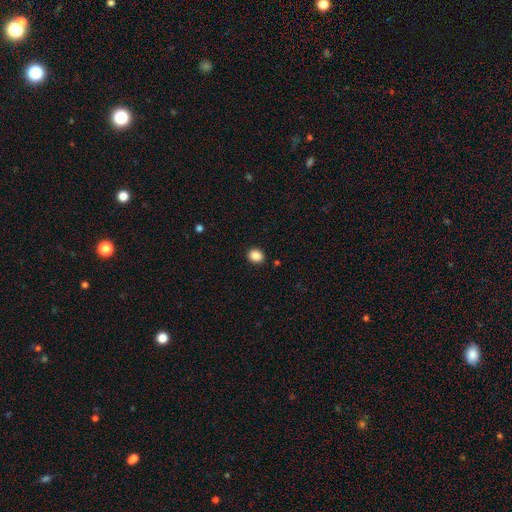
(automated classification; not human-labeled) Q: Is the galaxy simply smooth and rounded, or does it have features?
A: smooth — 87%.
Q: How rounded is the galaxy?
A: round — 67%.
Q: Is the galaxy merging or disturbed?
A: none — 91%.